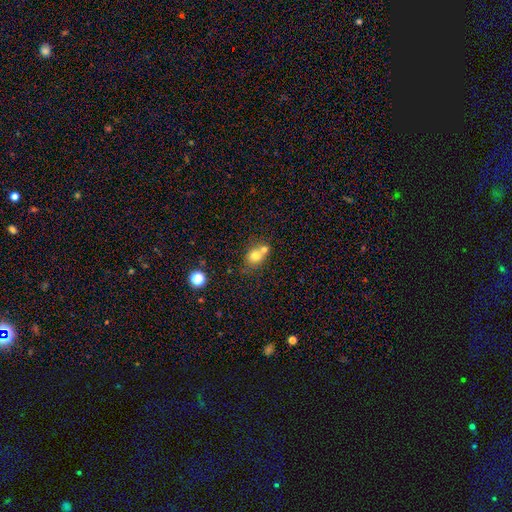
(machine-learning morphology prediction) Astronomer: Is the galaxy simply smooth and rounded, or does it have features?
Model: smooth — 75%.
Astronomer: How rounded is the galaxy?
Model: round — 63%.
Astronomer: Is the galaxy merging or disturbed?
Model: merger — 45% (runner-up: none, 42%).